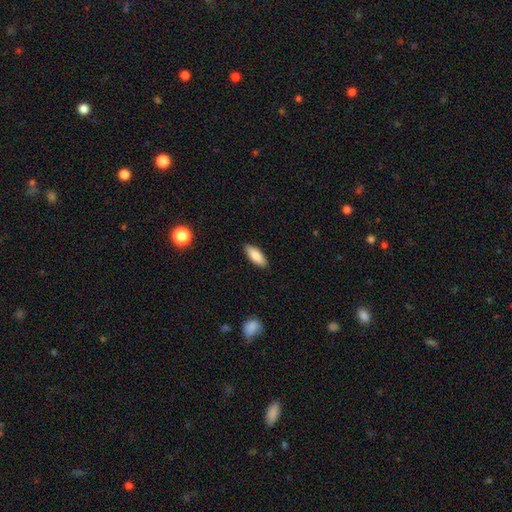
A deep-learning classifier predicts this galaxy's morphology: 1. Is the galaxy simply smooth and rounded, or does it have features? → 83% smooth, 10% featured or disk, 6% star or artifact.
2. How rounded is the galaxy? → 73% in between, 25% cigar-shaped, 2% round.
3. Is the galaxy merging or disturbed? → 88% none, 9% minor disturbance, 2% major disturbance, 1% merger.